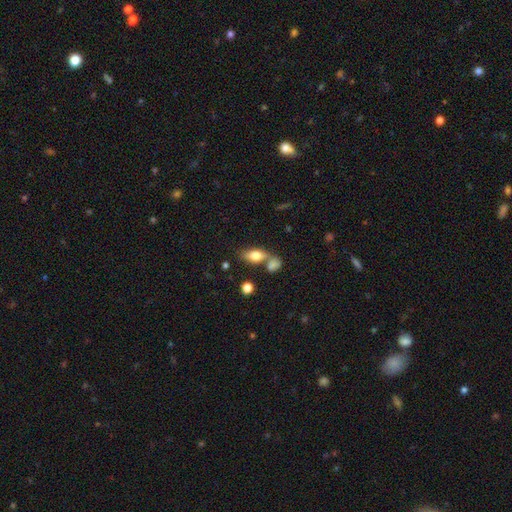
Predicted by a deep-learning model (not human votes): A smooth galaxy with no disk features (72%) that is in between round and cigar-shaped (80%).

Vote fractions:
- Smooth or featured? smooth: 72% / featured or disk: 19% / star or artifact: 9%
- How rounded? in between: 80% / cigar-shaped: 13% / round: 7%
- Merging? none: 53% / merger: 29% / minor disturbance: 13% / major disturbance: 5%